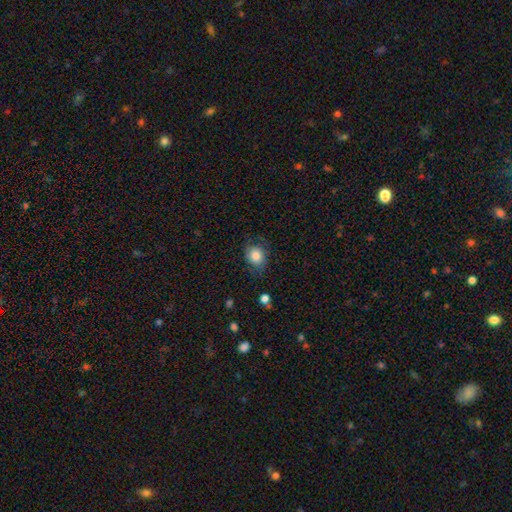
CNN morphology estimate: Overall: smooth (81%). How rounded: round (60%; in between 39%). Merging: none (68%).